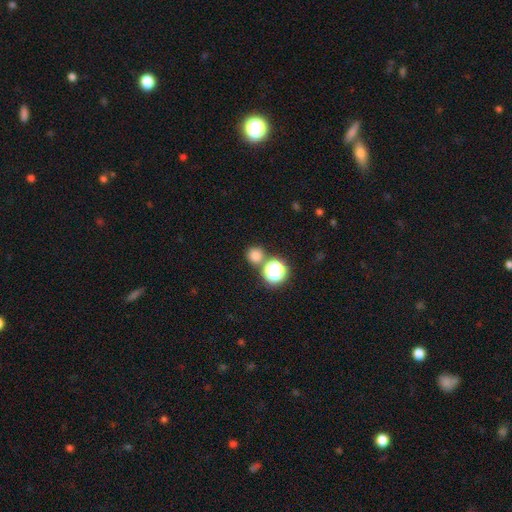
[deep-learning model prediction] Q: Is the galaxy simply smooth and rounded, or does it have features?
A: smooth — 75%.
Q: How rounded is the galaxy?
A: round — 91%.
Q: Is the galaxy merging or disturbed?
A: none — 74%.